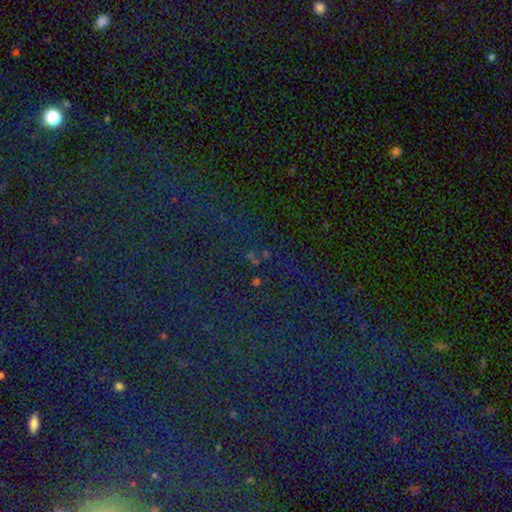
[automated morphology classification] Overall: star or artifact (81%).